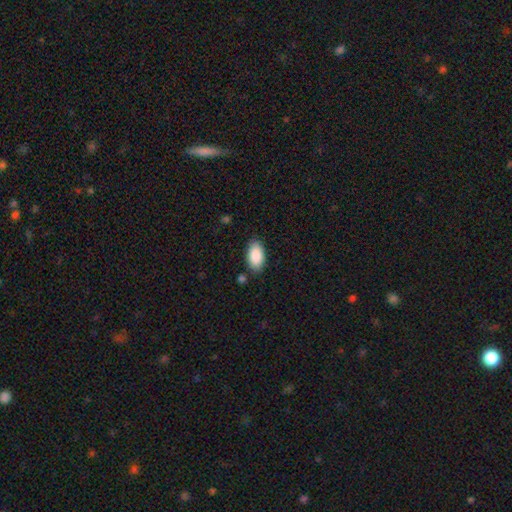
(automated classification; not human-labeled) Smooth or featured?
  - smooth: 89% *
  - star or artifact: 6%
  - featured or disk: 5%
How rounded?
  - in between: 95% *
  - round: 3%
  - cigar-shaped: 2%
Merging?
  - none: 84% *
  - minor disturbance: 11%
  - major disturbance: 3%
  - merger: 2%